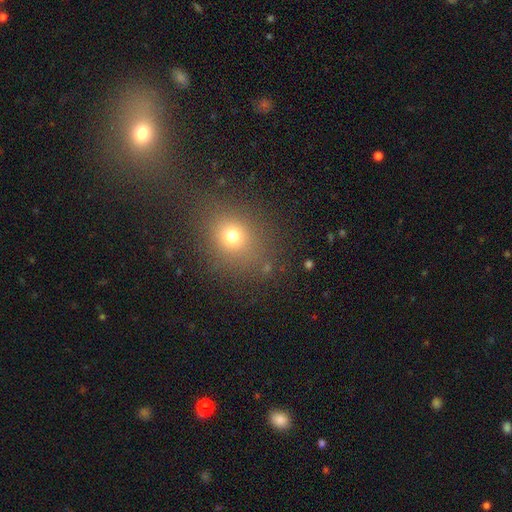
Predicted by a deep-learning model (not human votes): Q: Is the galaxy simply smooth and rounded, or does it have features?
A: smooth — 59%.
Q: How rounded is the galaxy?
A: round — 71%.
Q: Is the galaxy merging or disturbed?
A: none — 68%.